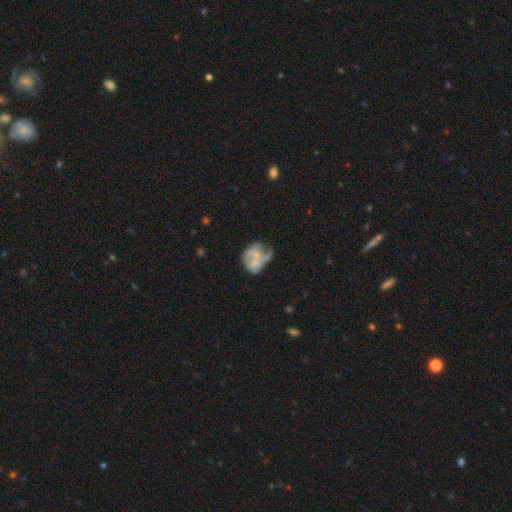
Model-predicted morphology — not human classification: type=featured or disk (66%); edge-on=no (98%); bar=no (75%); spiral arms=yes (67%); bulge=small (53%); merging=none (31%).